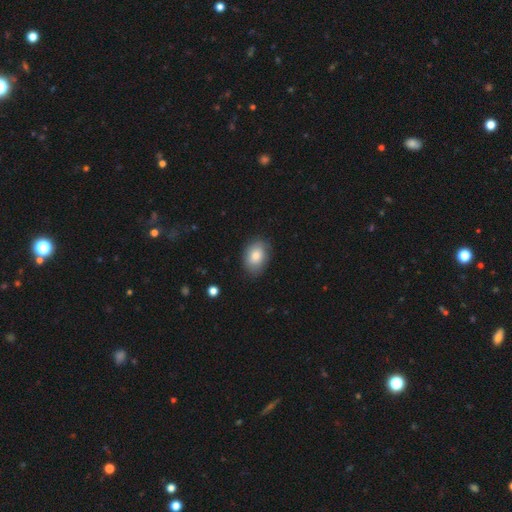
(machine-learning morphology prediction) smooth 81%, featured or disk 12%, star or artifact 7%. Down the decision tree: how rounded — in between (81%); merging — none (80%).